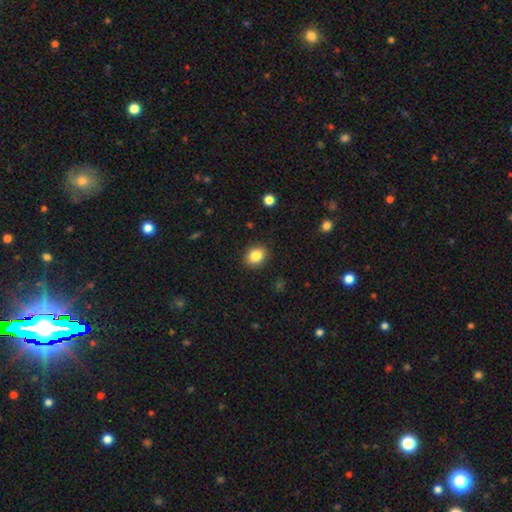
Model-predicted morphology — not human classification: Q: Smooth or featured?
A: smooth (84%); runner-up: star or artifact (9%)
Q: How rounded?
A: round (56%); runner-up: in between (44%)
Q: Merging?
A: none (89%); runner-up: minor disturbance (8%)